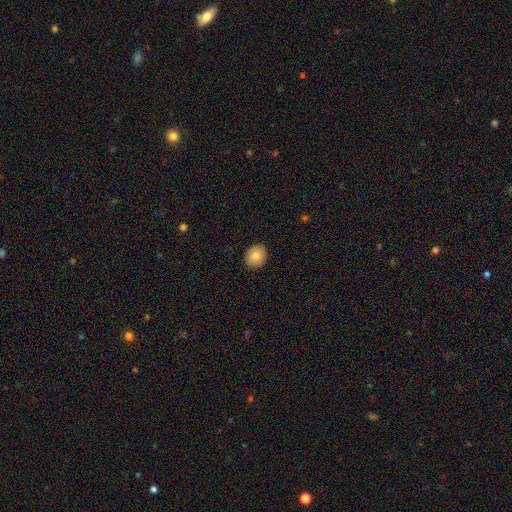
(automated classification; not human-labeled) Morphology: type=smooth (78%); roundness=round (68%); merging=none (90%).